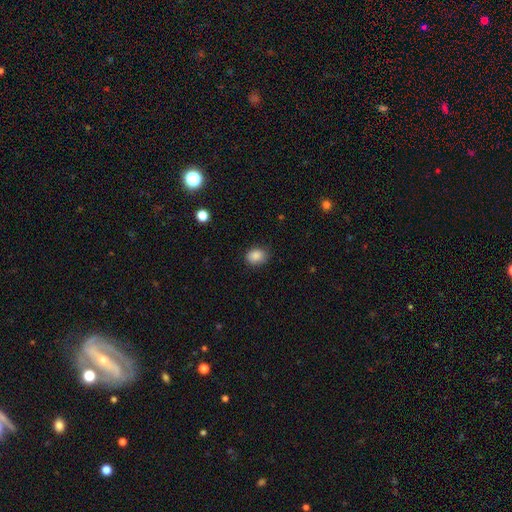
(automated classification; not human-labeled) smooth_or_featured: smooth (p=0.87) [alt: star or artifact p=0.09]
how_rounded: in between (p=0.58) [alt: round p=0.41]
merging: none (p=0.82) [alt: minor disturbance p=0.14]